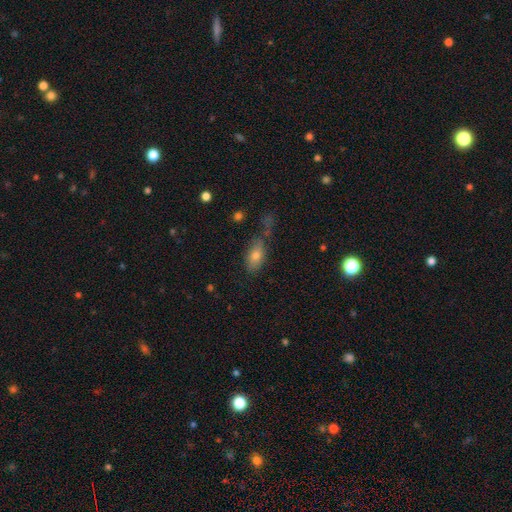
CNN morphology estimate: Q: Smooth or featured?
A: smooth (72%); runner-up: featured or disk (16%)
Q: How rounded?
A: in between (84%); runner-up: cigar-shaped (9%)
Q: Merging?
A: none (54%); runner-up: minor disturbance (22%)